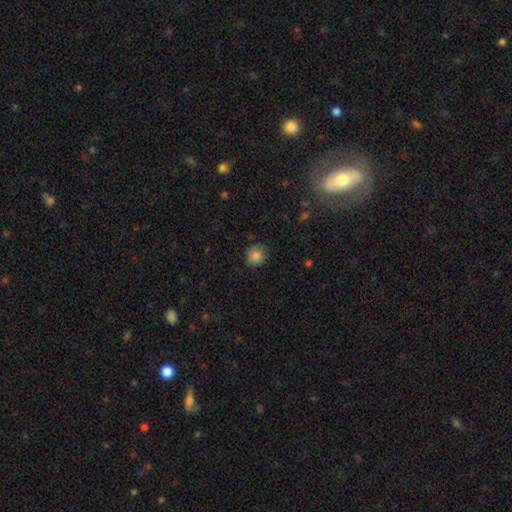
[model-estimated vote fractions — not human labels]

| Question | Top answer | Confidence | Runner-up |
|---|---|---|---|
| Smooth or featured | smooth | 83% | star or artifact (10%) |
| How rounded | round | 74% | in between (25%) |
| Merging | none | 83% | minor disturbance (14%) |